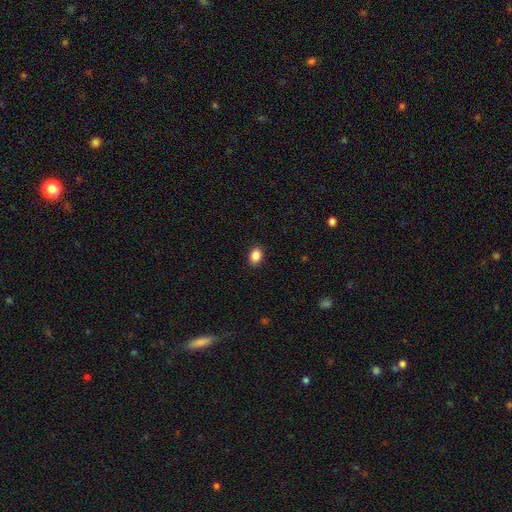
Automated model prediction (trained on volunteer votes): smooth-or-featured: smooth: 88% | star or artifact: 9% | featured or disk: 3%
  how-rounded: in between: 73% | round: 26% | cigar-shaped: 1%
  merging: none: 90% | minor disturbance: 7% | major disturbance: 2% | merger: 1%